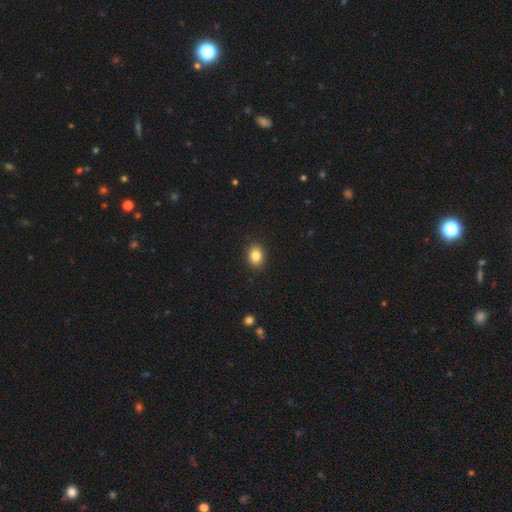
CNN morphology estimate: This is clearly a smooth galaxy (84%). How rounded: possibly in between (52%). Merging: clearly none (91%).